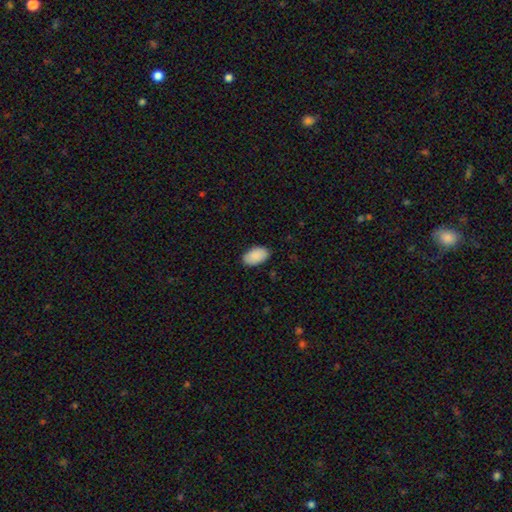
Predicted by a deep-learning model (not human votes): smooth 91%, star or artifact 6%, featured or disk 3%. Down the decision tree: how rounded — in between (94%); merging — none (86%).